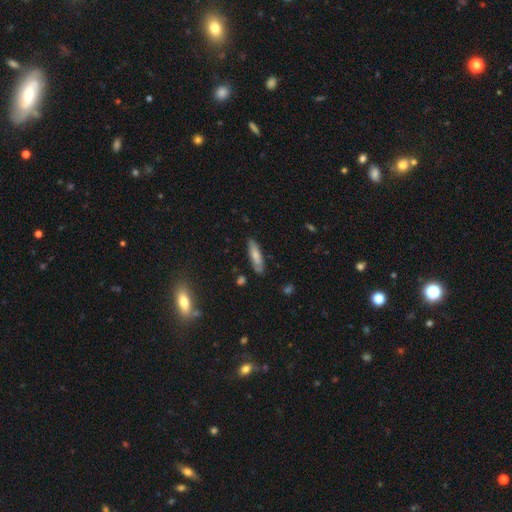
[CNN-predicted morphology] smooth-or-featured: smooth: 69% | featured or disk: 24% | star or artifact: 7%
  how-rounded: cigar-shaped: 61% | in between: 37% | round: 2%
  merging: none: 81% | minor disturbance: 15% | major disturbance: 3% | merger: 2%